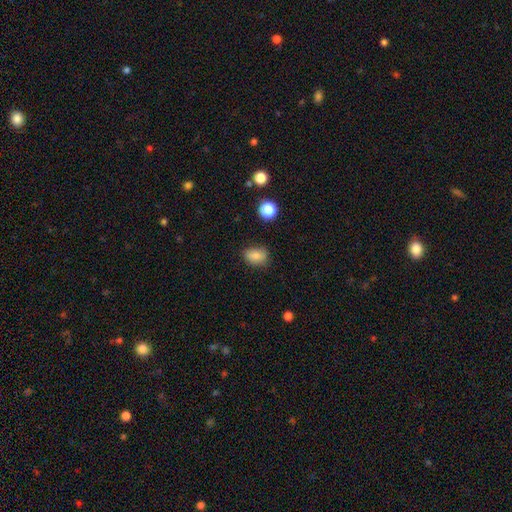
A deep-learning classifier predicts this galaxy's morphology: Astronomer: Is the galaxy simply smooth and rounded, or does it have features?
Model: smooth — 81%.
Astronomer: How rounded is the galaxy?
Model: in between — 67%.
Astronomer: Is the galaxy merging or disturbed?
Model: none — 74%.